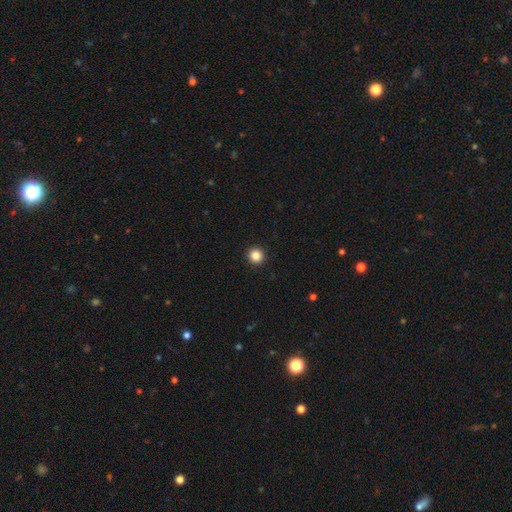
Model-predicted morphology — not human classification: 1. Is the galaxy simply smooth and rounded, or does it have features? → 86% smooth, 11% star or artifact, 4% featured or disk.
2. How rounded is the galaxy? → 94% round, 5% in between, 1% cigar-shaped.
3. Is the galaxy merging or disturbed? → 94% none, 4% minor disturbance, 1% major disturbance, 1% merger.